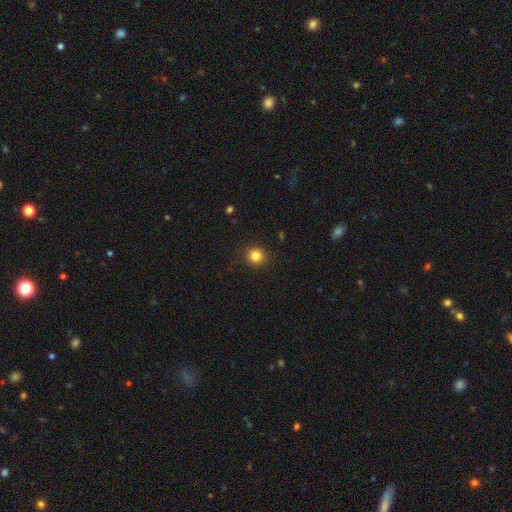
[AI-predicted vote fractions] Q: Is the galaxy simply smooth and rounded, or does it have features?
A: smooth — 83%.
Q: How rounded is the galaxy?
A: round — 92%.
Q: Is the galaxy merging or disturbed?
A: none — 90%.